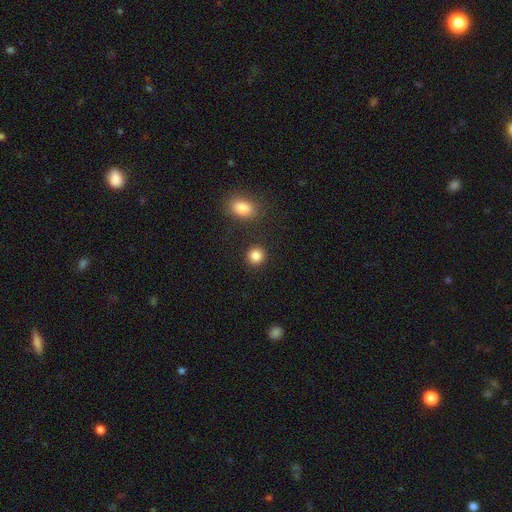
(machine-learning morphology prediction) A smooth galaxy with no disk features (86%) that is round (89%).

Vote fractions:
- Smooth or featured? smooth: 86% / star or artifact: 10% / featured or disk: 4%
- How rounded? round: 89% / in between: 10% / cigar-shaped: 1%
- Merging? none: 89% / minor disturbance: 6% / merger: 3% / major disturbance: 2%